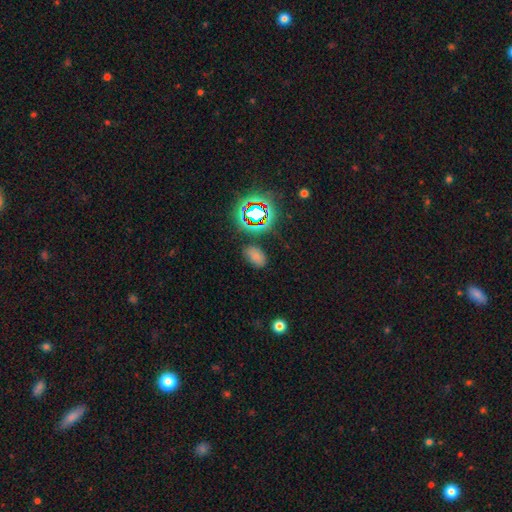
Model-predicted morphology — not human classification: A smooth galaxy with no disk features (66%) that is in between round and cigar-shaped (89%).

Vote fractions:
- Smooth or featured? smooth: 66% / star or artifact: 26% / featured or disk: 8%
- How rounded? in between: 89% / round: 9% / cigar-shaped: 2%
- Merging? none: 78% / minor disturbance: 14% / major disturbance: 5% / merger: 3%